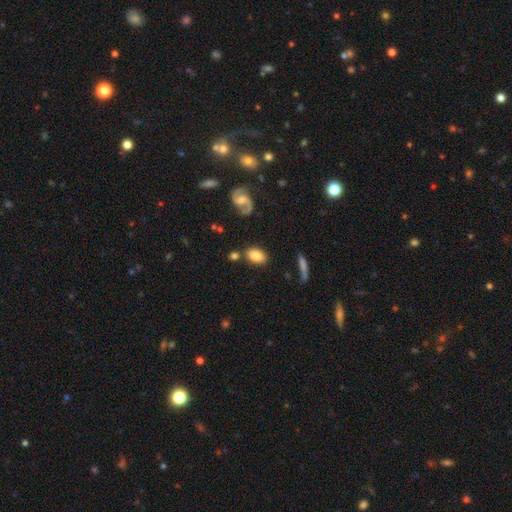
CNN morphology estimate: The model was most divided on "merging": none: 74%, minor disturbance: 14%, merger: 8%, major disturbance: 4%. More confident: how rounded — in between (90%); smooth or featured — smooth (79%).